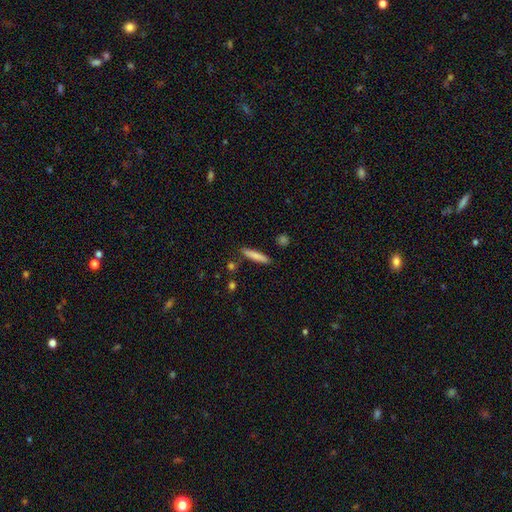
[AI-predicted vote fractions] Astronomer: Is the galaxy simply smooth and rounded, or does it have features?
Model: smooth — 76%.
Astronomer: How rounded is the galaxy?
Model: cigar-shaped — 89%.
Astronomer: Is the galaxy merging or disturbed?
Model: none — 86%.